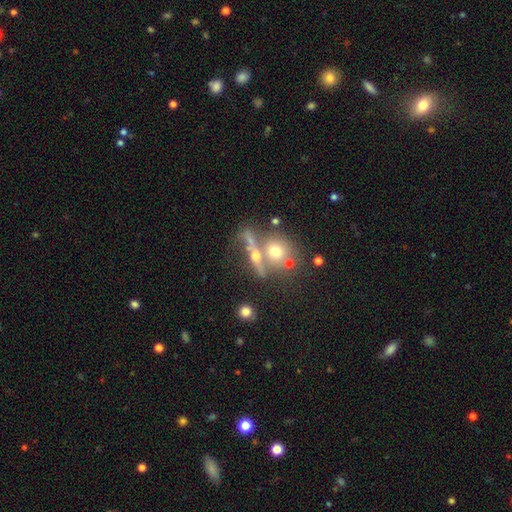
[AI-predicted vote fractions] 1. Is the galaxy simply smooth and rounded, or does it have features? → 49% featured or disk, 37% smooth, 14% star or artifact.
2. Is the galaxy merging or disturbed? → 45% none, 36% merger, 12% minor disturbance, 8% major disturbance.